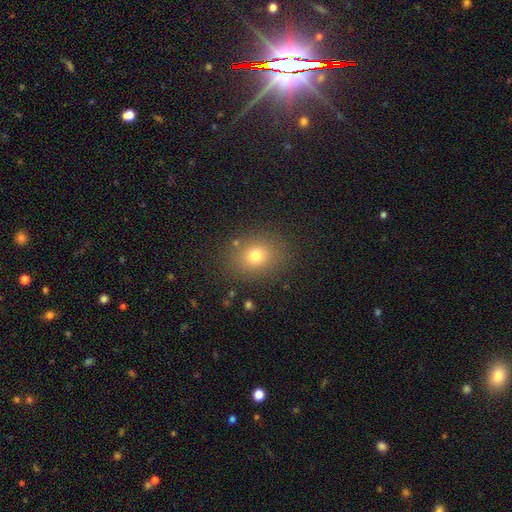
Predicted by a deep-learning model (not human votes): Overall: smooth (74%). How rounded: round (55%; in between 44%). Merging: none (85%).